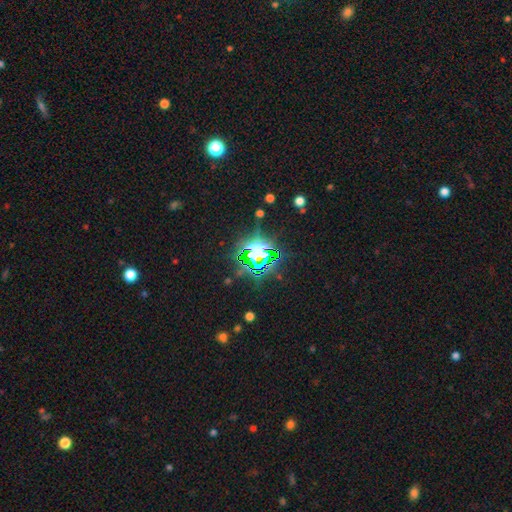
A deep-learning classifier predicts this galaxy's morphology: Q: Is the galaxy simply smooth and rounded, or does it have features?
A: star or artifact — 79%.